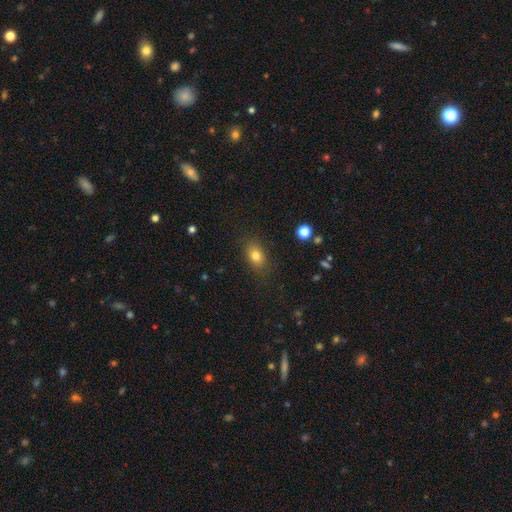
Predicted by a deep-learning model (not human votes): Smooth or featured: smooth — 80% (star or artifact — 11%)
How rounded: in between — 76% (round — 22%)
Merging: none — 83% (minor disturbance — 12%)